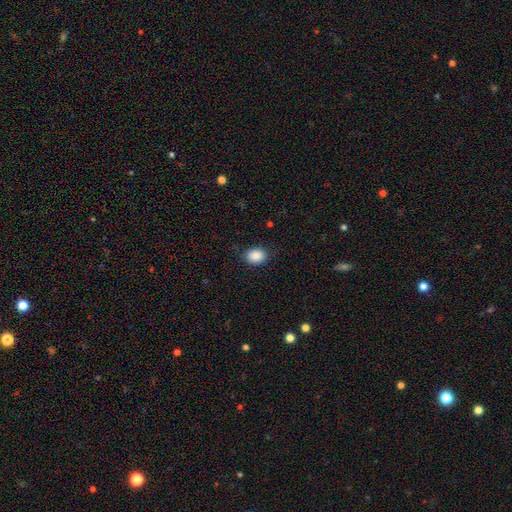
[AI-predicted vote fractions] The model was most divided on "how rounded": in between: 63%, round: 36%, cigar-shaped: 1%. More confident: smooth or featured — smooth (88%); merging — none (85%).